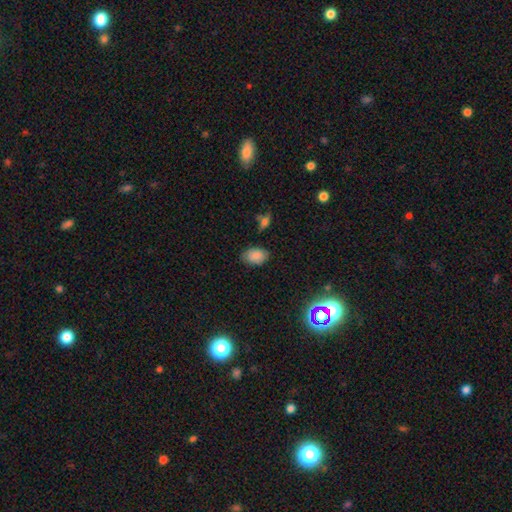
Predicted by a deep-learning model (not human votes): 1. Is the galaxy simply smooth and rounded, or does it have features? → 82% smooth, 9% star or artifact, 8% featured or disk.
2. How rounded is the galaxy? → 86% in between, 13% round, 1% cigar-shaped.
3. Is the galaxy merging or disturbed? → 75% none, 20% minor disturbance, 4% major disturbance, 2% merger.